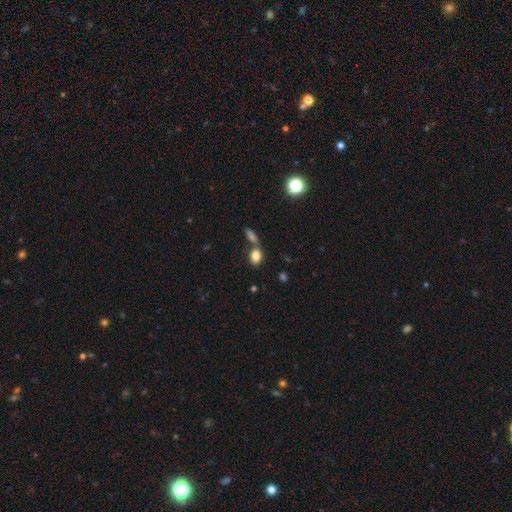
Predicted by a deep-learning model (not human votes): Smooth or featured? smooth (81%)
How rounded? in between (71%)
Merging? none (56%)